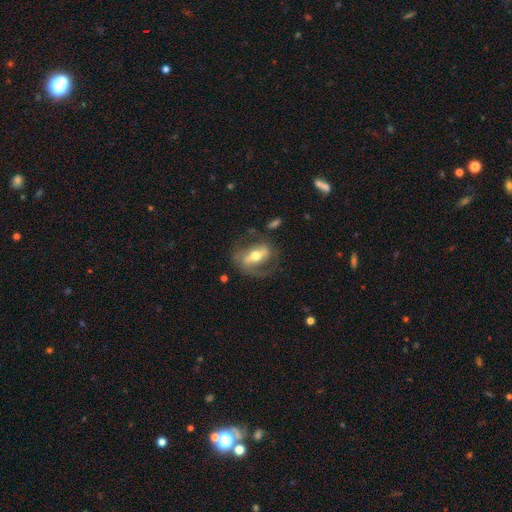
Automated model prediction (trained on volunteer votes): Smooth or featured? featured or disk (69%)
Edge-on disk? no (81%)
Bar? strong (59%)
Spiral arms? yes (66%)
Bulge size? moderate (69%)
Merging? none (58%)